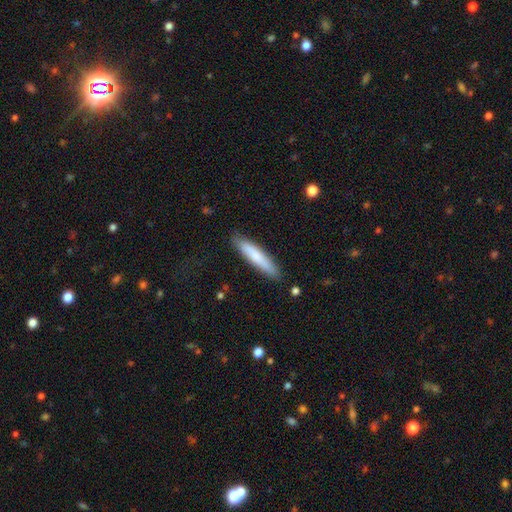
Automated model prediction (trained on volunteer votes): A smooth galaxy with no disk features (73%) that is cigar-shaped (89%). Merging: none (85%).